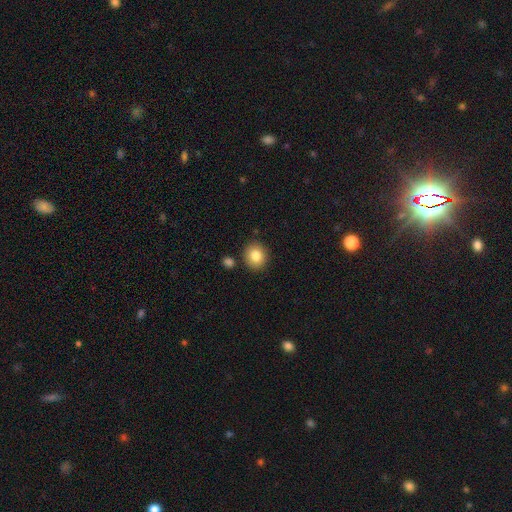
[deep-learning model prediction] smooth 83%, star or artifact 9%, featured or disk 8%. Down the decision tree: how rounded — round (79%); merging — none (86%).